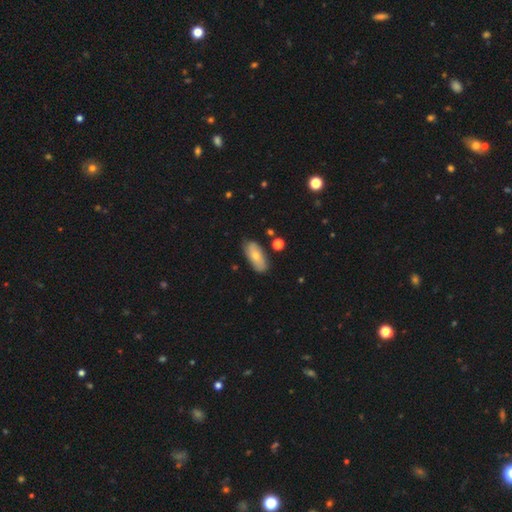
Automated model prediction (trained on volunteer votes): smooth 64%, featured or disk 29%, star or artifact 6%. Down the decision tree: how rounded — in between (86%); merging — none (81%).